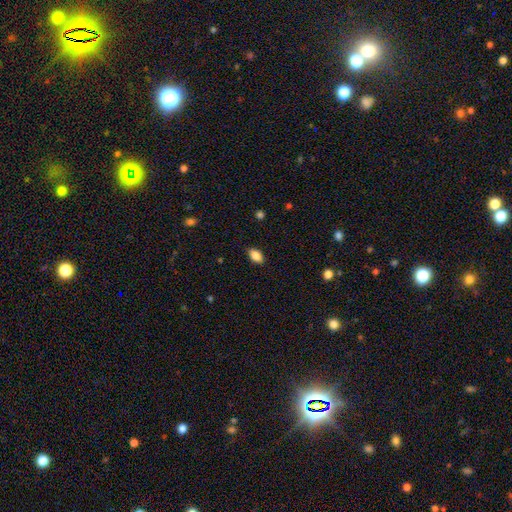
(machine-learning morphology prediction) smooth_or_featured: smooth (p=0.86) [alt: star or artifact p=0.08]
how_rounded: in between (p=0.91) [alt: round p=0.06]
merging: none (p=0.88) [alt: minor disturbance p=0.09]